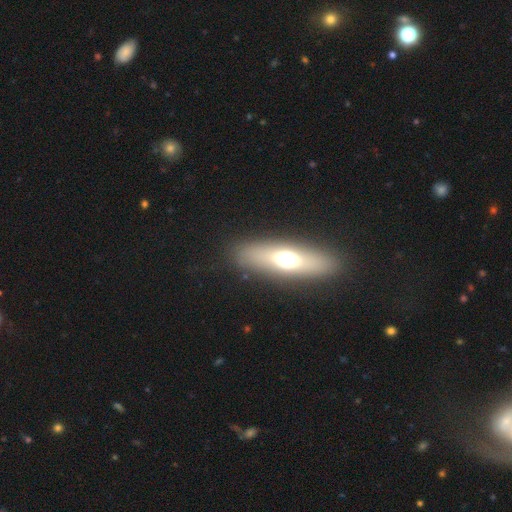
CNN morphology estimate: smooth-or-featured: smooth: 51% | featured or disk: 37% | star or artifact: 12%
  how-rounded: in between: 47% | cigar-shaped: 46% | round: 7%
  merging: none: 86% | minor disturbance: 9% | major disturbance: 4% | merger: 2%